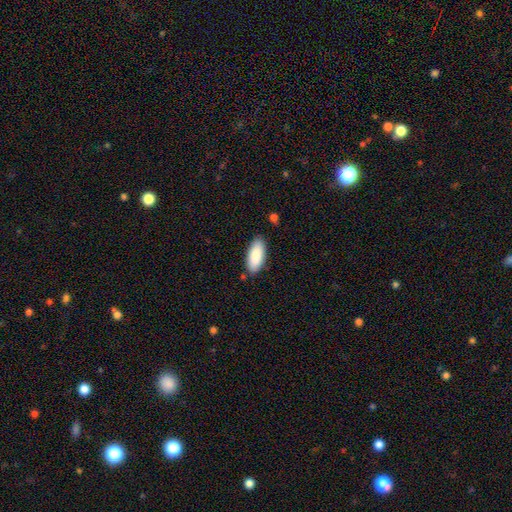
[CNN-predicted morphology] smooth_or_featured: smooth (p=0.89) [alt: featured or disk p=0.06]
how_rounded: in between (p=0.85) [alt: cigar-shaped p=0.14]
merging: none (p=0.84) [alt: minor disturbance p=0.11]